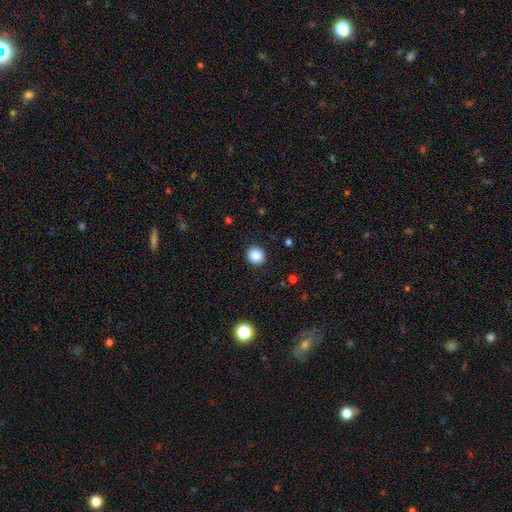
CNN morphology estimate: The model was most divided on "how rounded": round: 80%, in between: 19%, cigar-shaped: 1%. More confident: merging — none (91%); smooth or featured — smooth (87%).